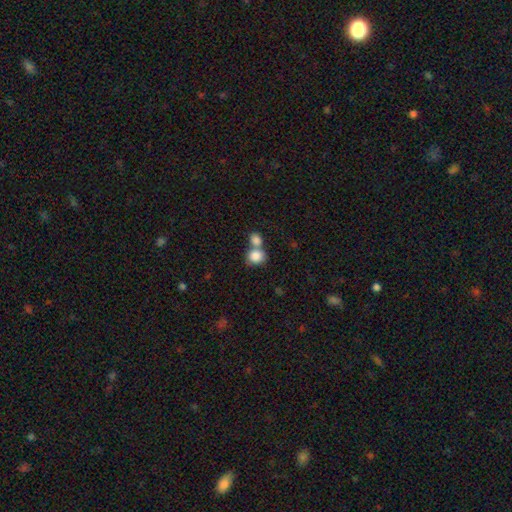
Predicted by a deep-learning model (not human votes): smooth 85%, star or artifact 8%, featured or disk 7%. Down the decision tree: how rounded — round (67%); merging — merger (54%).